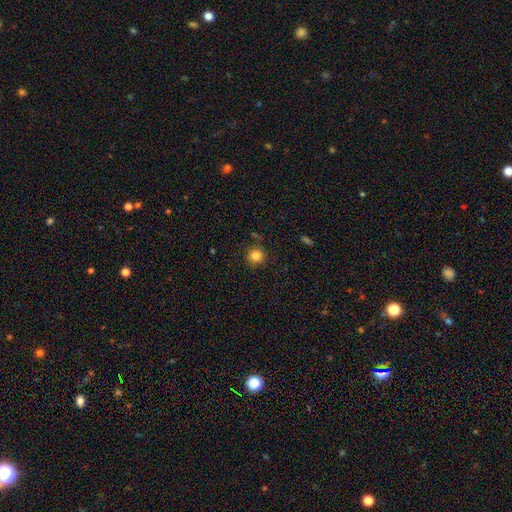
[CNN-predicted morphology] A smooth galaxy with no disk features (83%) that is round (93%). Merging: none (86%).